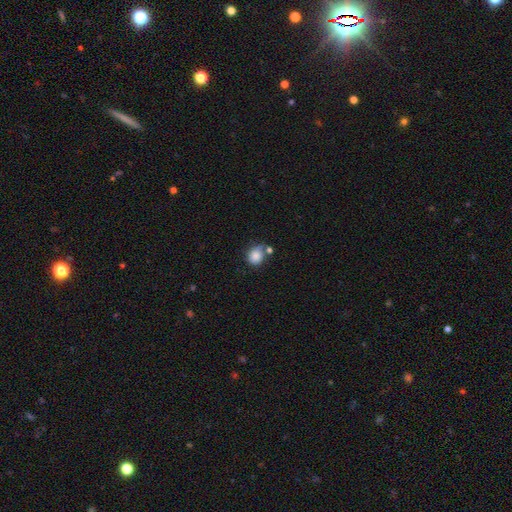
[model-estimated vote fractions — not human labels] This appears to be a smooth galaxy with no disk features (83%) that is round (71%). Merging: none (48%).